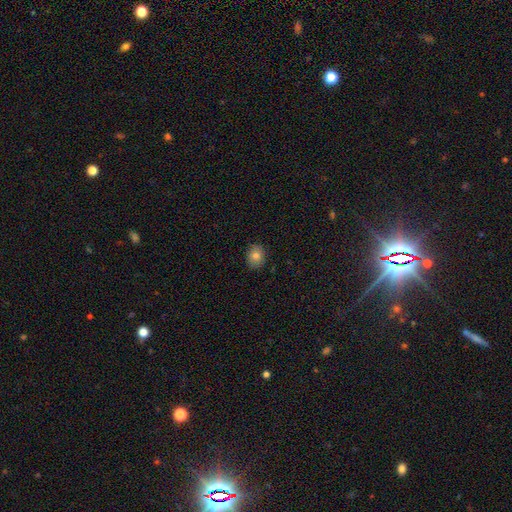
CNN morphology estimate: smooth-or-featured: smooth: 80% | star or artifact: 10% | featured or disk: 10%
  how-rounded: round: 63% | in between: 36% | cigar-shaped: 1%
  merging: none: 87% | minor disturbance: 10% | major disturbance: 2% | merger: 1%